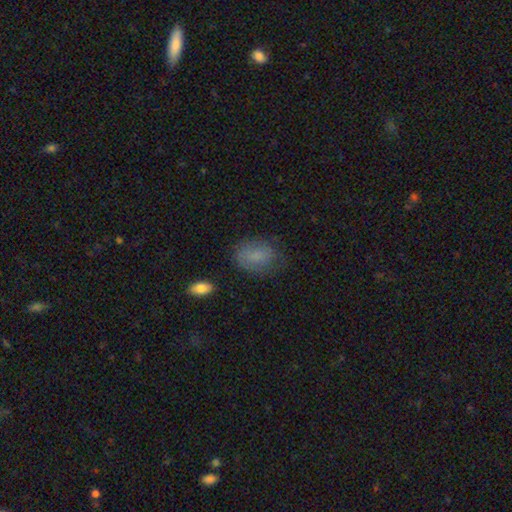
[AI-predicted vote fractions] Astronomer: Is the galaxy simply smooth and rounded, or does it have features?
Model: smooth — 75%.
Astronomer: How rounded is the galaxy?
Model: in between — 68%.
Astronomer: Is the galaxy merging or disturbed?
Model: none — 69%.